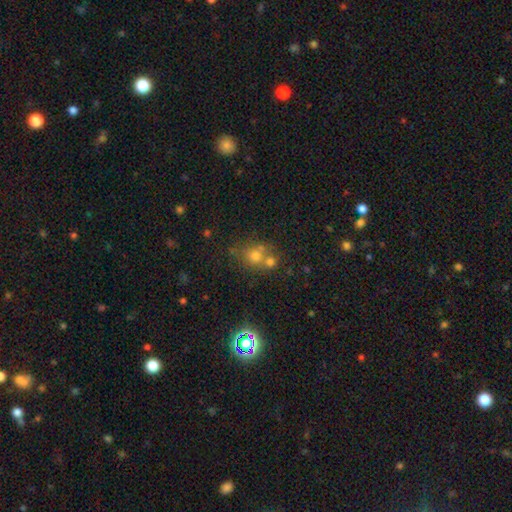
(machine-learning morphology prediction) smooth 61%, star or artifact 25%, featured or disk 14%. Down the decision tree: how rounded — round (79%); merging — none (50%).